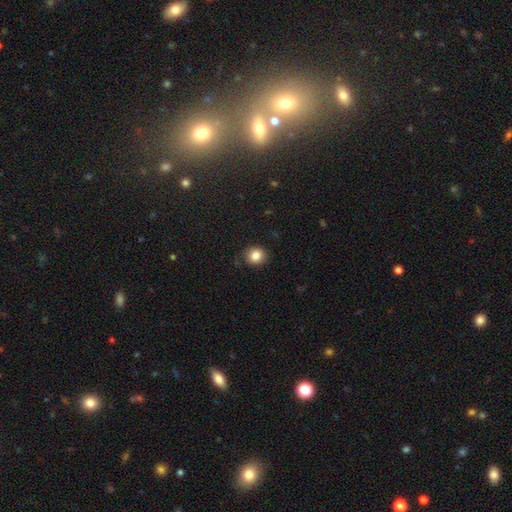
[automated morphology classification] Overall: smooth (84%). How rounded: round (81%). Merging: none (85%).